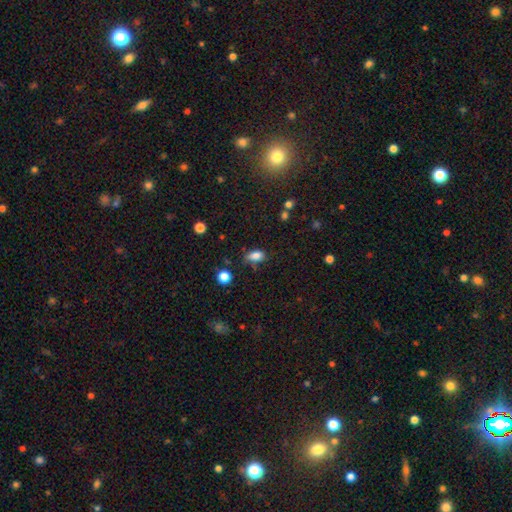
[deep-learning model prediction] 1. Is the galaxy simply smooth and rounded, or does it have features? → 83% smooth, 10% star or artifact, 7% featured or disk.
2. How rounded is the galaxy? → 87% in between, 10% round, 3% cigar-shaped.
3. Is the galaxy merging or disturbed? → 60% none, 28% minor disturbance, 8% major disturbance, 4% merger.